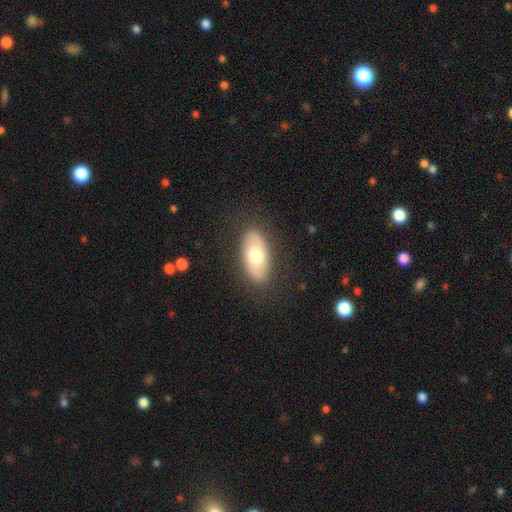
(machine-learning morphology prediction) Smooth or featured? Predicted: smooth (p=0.63). How rounded? Predicted: in between (p=0.91). Merging? Predicted: none (p=0.83).